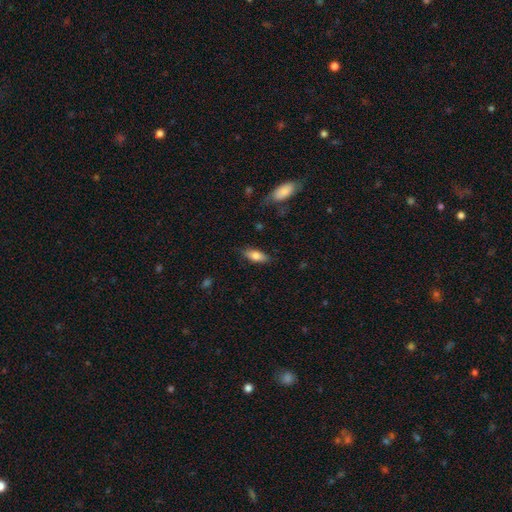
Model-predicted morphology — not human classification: This is likely a smooth galaxy (77%). How rounded: likely in between (79%). Merging: clearly none (83%).